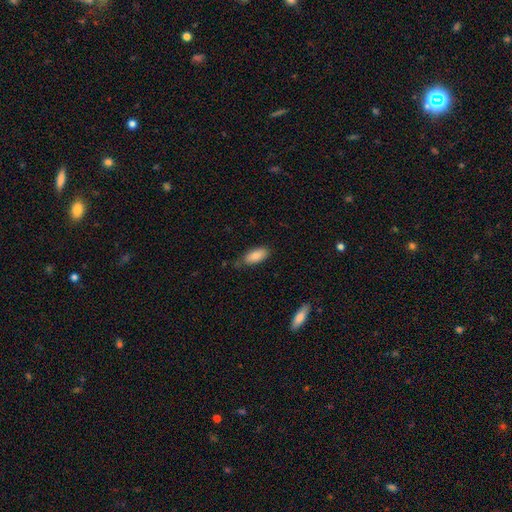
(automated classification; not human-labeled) smooth_or_featured: smooth (p=0.86) [alt: featured or disk p=0.07]
how_rounded: in between (p=0.85) [alt: cigar-shaped p=0.13]
merging: none (p=0.71) [alt: minor disturbance p=0.22]